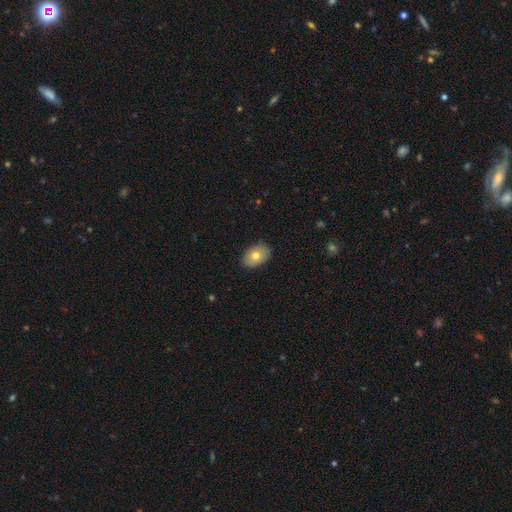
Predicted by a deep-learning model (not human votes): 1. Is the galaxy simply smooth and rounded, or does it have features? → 74% smooth, 18% featured or disk, 8% star or artifact.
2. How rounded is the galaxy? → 84% in between, 15% round, 1% cigar-shaped.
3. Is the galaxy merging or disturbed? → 87% none, 10% minor disturbance, 2% major disturbance, 1% merger.